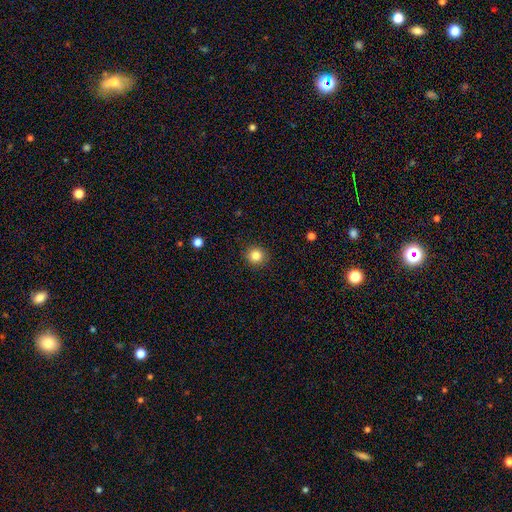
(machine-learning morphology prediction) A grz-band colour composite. It shows a smooth galaxy with no disk features (84%) that is round (90%). Merging: none (91%).